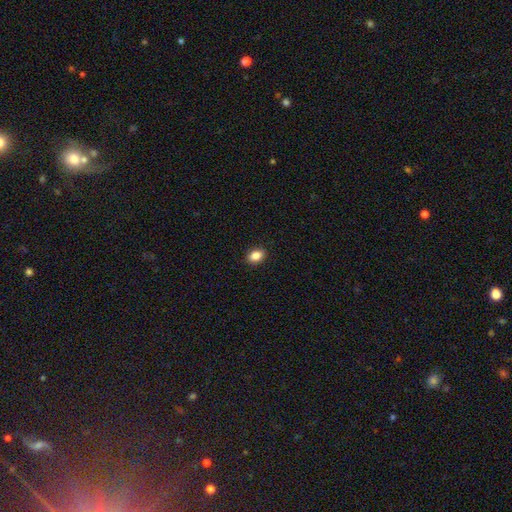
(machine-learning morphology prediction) Smooth or featured? Predicted: smooth (p=0.86). How rounded? Predicted: in between (p=0.72). Merging? Predicted: none (p=0.90).